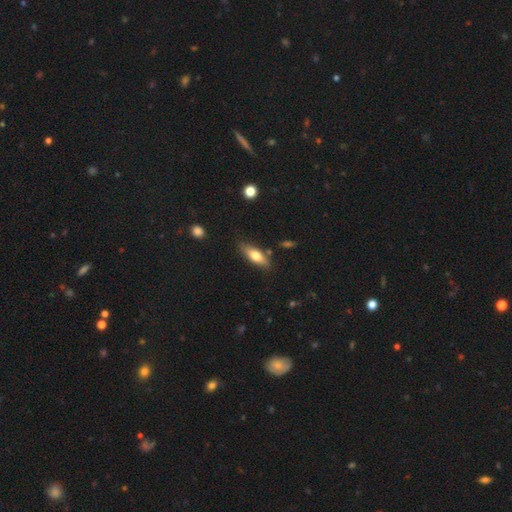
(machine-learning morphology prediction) A smooth galaxy with no disk features (68%) that is in between round and cigar-shaped (62%). Merging: none (78%).